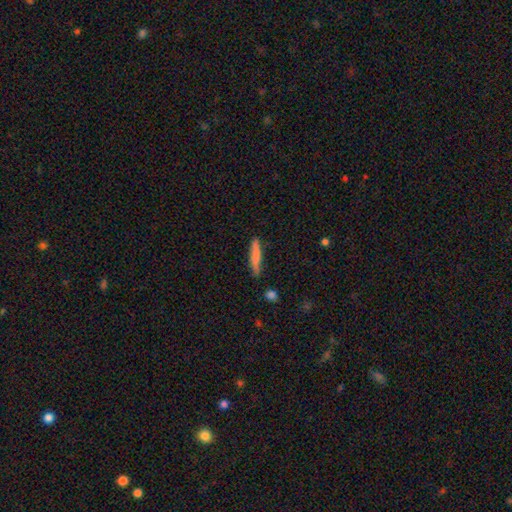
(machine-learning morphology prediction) The model was most divided on "smooth or featured": smooth: 74%, featured or disk: 20%, star or artifact: 6%. More confident: how rounded — cigar-shaped (90%); merging — none (82%).